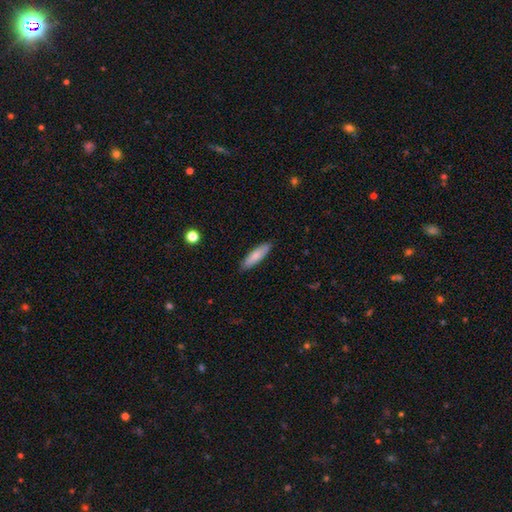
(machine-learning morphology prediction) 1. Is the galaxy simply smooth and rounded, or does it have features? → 80% smooth, 14% featured or disk, 6% star or artifact.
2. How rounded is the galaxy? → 63% cigar-shaped, 36% in between, 2% round.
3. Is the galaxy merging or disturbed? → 88% none, 9% minor disturbance, 2% major disturbance, 1% merger.